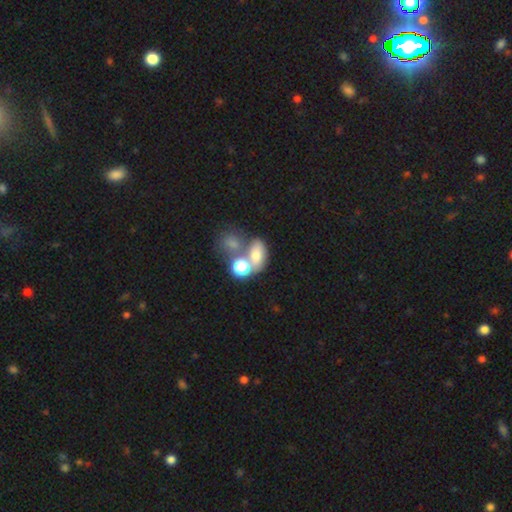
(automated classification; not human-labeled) smooth 66%, featured or disk 18%, star or artifact 17%. Down the decision tree: how rounded — in between (69%); merging — merger (45%).